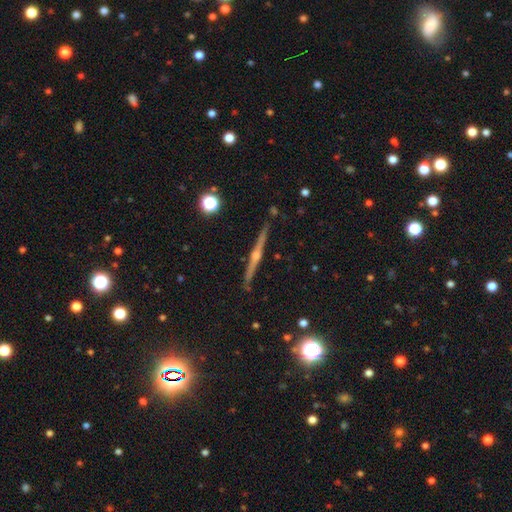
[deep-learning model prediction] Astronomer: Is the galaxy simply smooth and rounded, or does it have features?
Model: featured or disk — 83%.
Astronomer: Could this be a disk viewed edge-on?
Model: yes — 98%.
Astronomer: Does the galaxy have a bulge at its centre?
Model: rounded — 87%.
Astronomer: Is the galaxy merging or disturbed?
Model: none — 91%.